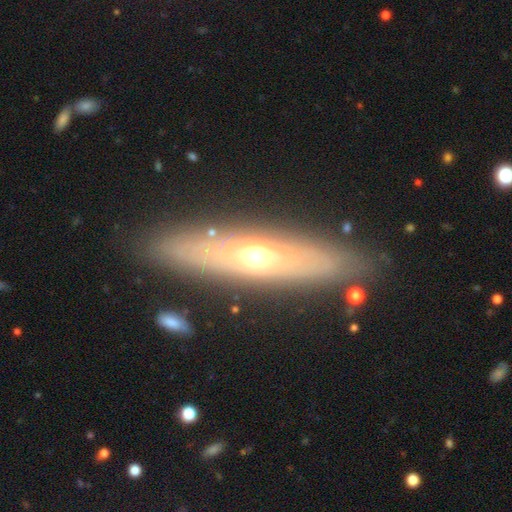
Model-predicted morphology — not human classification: Smooth or featured? featured or disk (57%)
Edge-on disk? yes (69%)
Merging? none (86%)